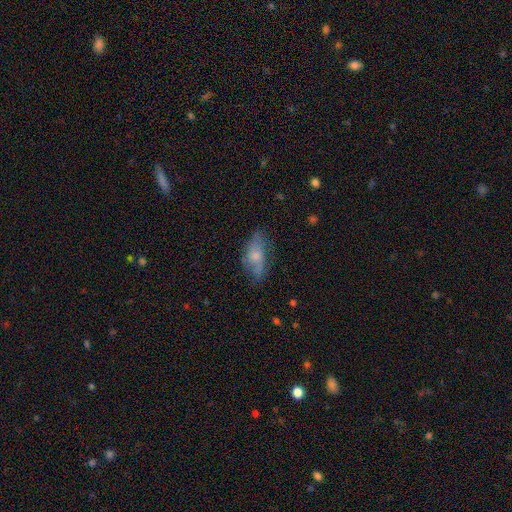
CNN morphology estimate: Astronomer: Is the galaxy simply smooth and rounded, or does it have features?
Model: smooth — 52% (runner-up: featured or disk, 40%).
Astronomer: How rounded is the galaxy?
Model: in between — 84%.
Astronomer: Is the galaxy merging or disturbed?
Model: none — 59%.